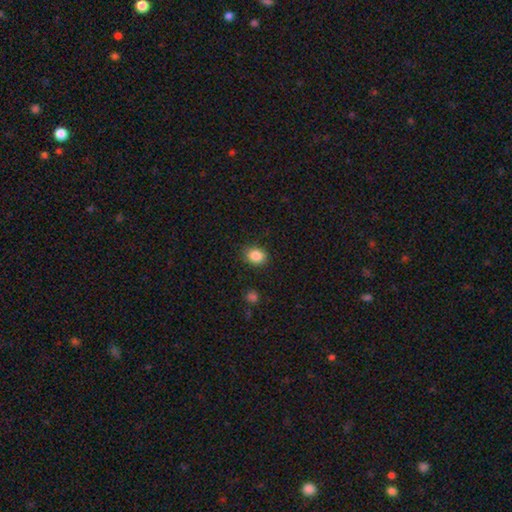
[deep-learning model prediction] smooth 87%, star or artifact 9%, featured or disk 4%. Down the decision tree: how rounded — round (50%); merging — none (86%).